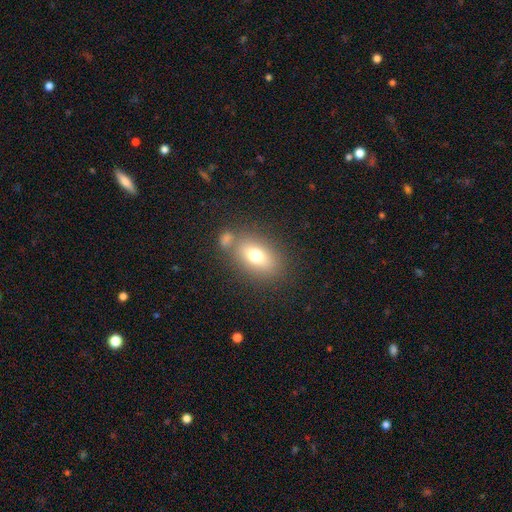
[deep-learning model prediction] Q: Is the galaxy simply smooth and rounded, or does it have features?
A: smooth — 72%.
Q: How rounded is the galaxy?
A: in between — 79%.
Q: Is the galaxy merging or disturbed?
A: none — 64%.